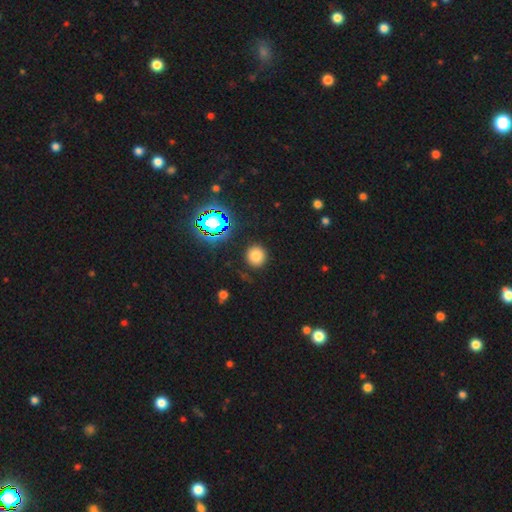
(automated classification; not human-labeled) This appears to be a smooth galaxy with no disk features (73%) that is round (91%). Merging: none (86%).